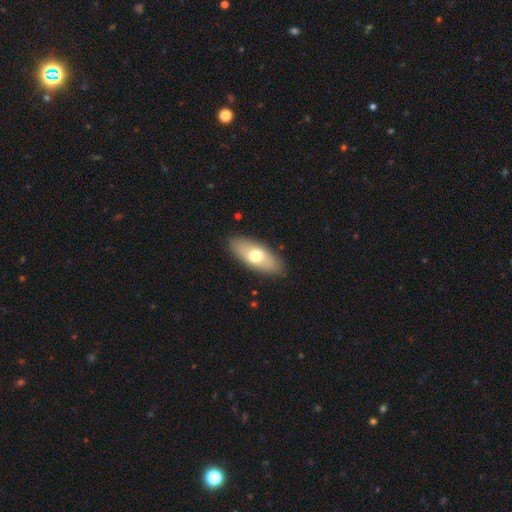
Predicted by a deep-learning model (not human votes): Smooth or featured: smooth — 64% (featured or disk — 30%)
How rounded: in between — 81% (cigar-shaped — 16%)
Merging: none — 87% (minor disturbance — 9%)